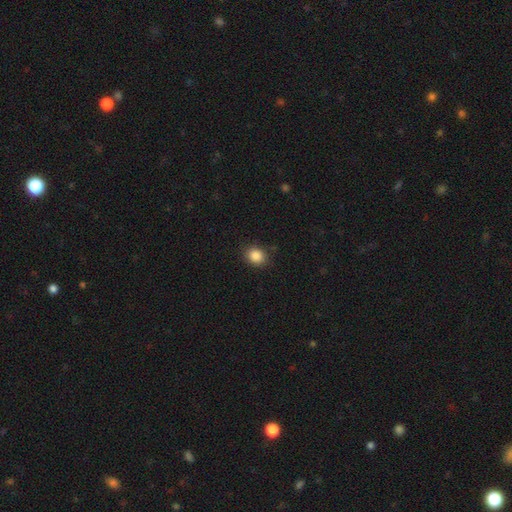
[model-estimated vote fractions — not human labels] Smooth or featured?
  - smooth: 87% *
  - star or artifact: 9%
  - featured or disk: 4%
How rounded?
  - round: 65% *
  - in between: 35%
  - cigar-shaped: 1%
Merging?
  - none: 86% *
  - minor disturbance: 10%
  - major disturbance: 3%
  - merger: 1%